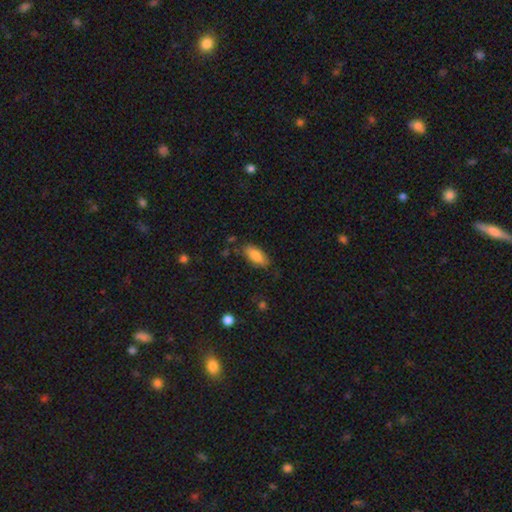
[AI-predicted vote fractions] smooth 81%, featured or disk 12%, star or artifact 7%. Down the decision tree: how rounded — in between (81%); merging — none (79%).